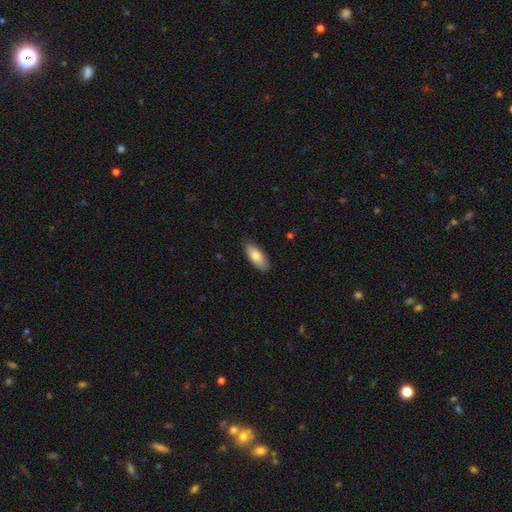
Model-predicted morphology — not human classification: This appears to be a smooth galaxy with no disk features (78%) that is in between round and cigar-shaped (80%). Merging: none (86%).